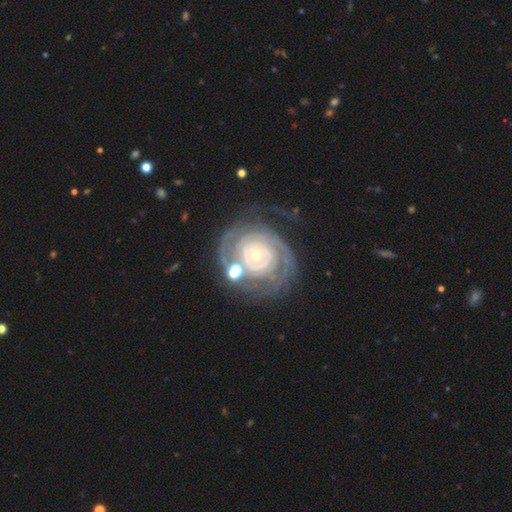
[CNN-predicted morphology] type=featured or disk (88%); edge-on=no (97%); bar=no (77%); spiral arms=yes (94%); winding=tight (82%); arm count=2 (36%); bulge=small (65%); merging=none (60%).